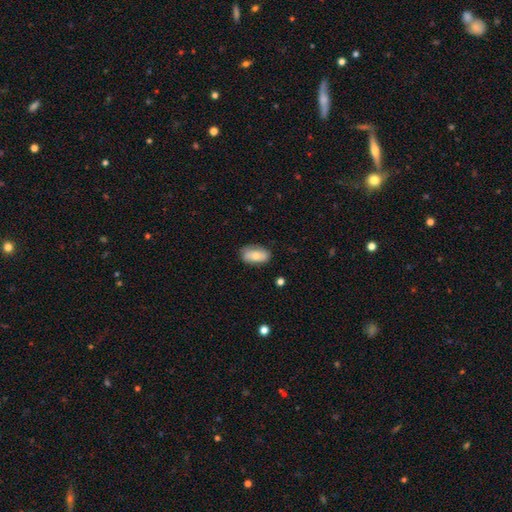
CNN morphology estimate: A smooth galaxy with no disk features (69%) that is in between round and cigar-shaped (92%). Merging: none (77%).